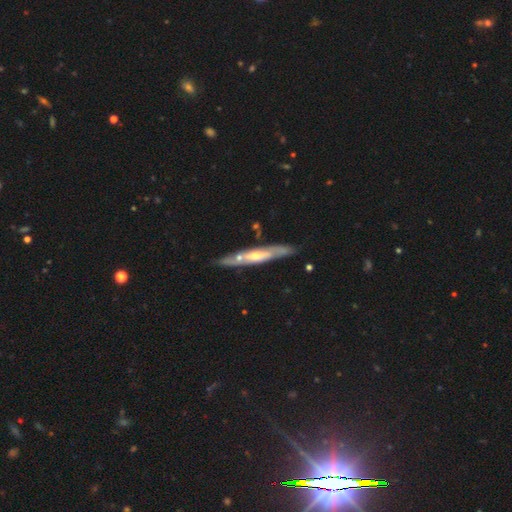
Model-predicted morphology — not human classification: Smooth or featured?
  - featured or disk: 69% *
  - smooth: 26%
  - star or artifact: 5%
Edge-on disk?
  - yes: 68% *
  - no: 32%
Merging?
  - none: 77% *
  - minor disturbance: 14%
  - merger: 6%
  - major disturbance: 3%